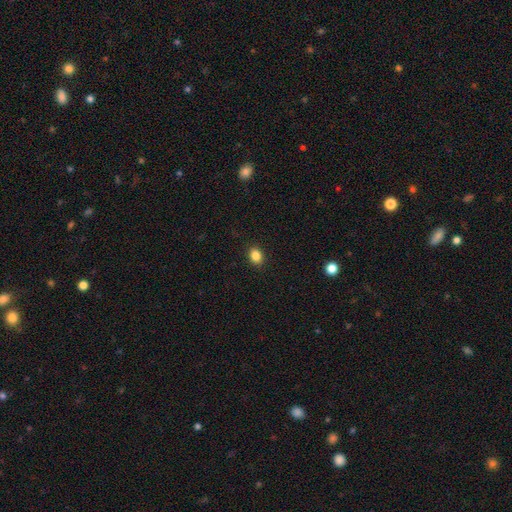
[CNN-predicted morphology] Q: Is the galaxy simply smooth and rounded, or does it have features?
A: smooth — 85%.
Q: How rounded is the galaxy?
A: in between — 59%.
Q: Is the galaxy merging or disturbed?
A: none — 90%.